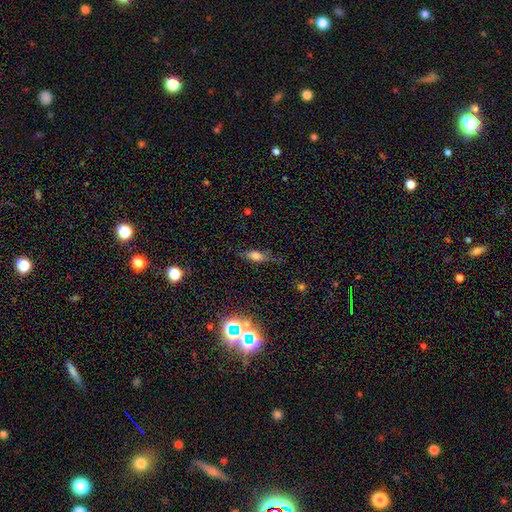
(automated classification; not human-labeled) smooth 60%, featured or disk 24%, star or artifact 16%. Down the decision tree: how rounded — in between (62%); merging — none (59%).